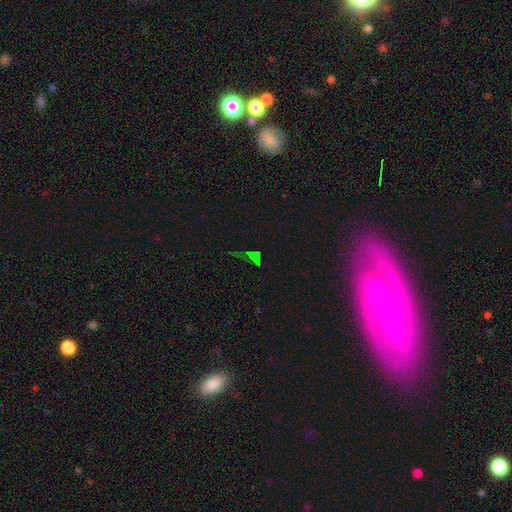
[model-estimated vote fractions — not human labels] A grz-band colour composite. It shows a star or artifact, not a galaxy (69%).